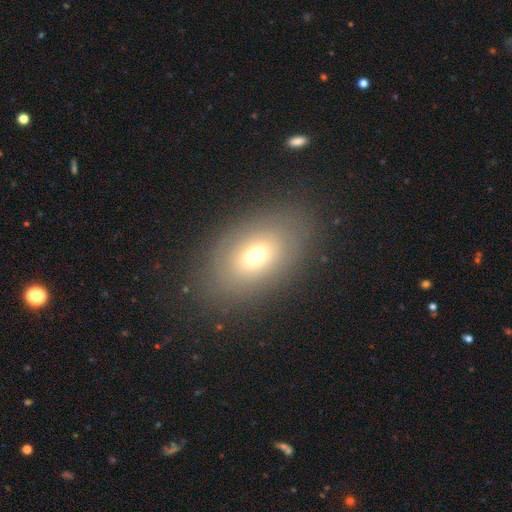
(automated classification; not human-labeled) Smooth or featured: smooth — 62% (featured or disk — 26%)
How rounded: in between — 84% (round — 14%)
Merging: none — 83% (minor disturbance — 11%)